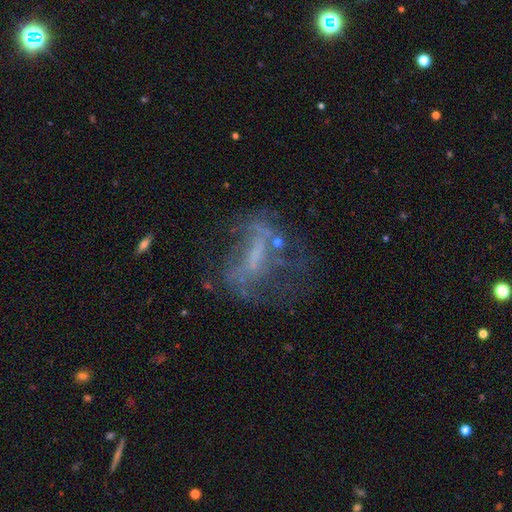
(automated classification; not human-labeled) Overall: featured or disk (66%). Edge-on disk: no (95%). Bar: weak (36%; no 34%). Spiral arms: yes (51%; no 49%). Bulge size: none (51%; small 28%). Merging: none (43%; major disturbance 32%).